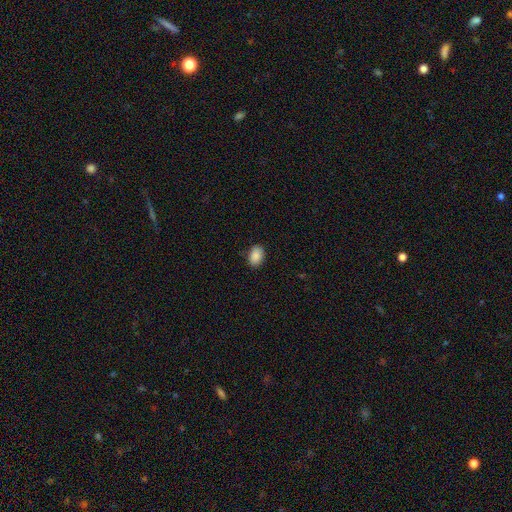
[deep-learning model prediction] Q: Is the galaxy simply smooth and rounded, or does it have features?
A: smooth — 89%.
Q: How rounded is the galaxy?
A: in between — 82%.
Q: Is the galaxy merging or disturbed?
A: none — 87%.